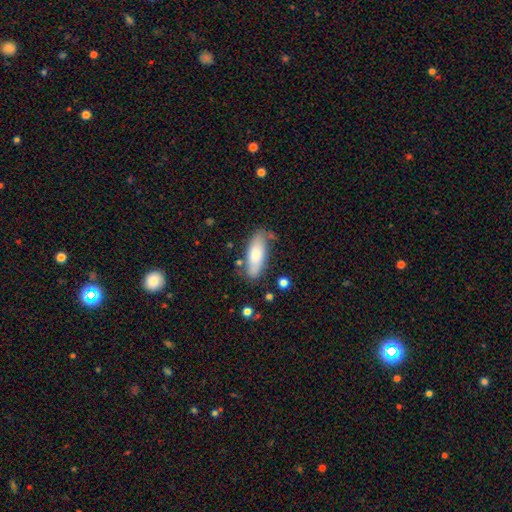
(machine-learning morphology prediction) Smooth or featured?
  - smooth: 74% *
  - featured or disk: 20%
  - star or artifact: 6%
How rounded?
  - in between: 72% *
  - cigar-shaped: 26%
  - round: 2%
Merging?
  - none: 66% *
  - minor disturbance: 22%
  - major disturbance: 6%
  - merger: 6%